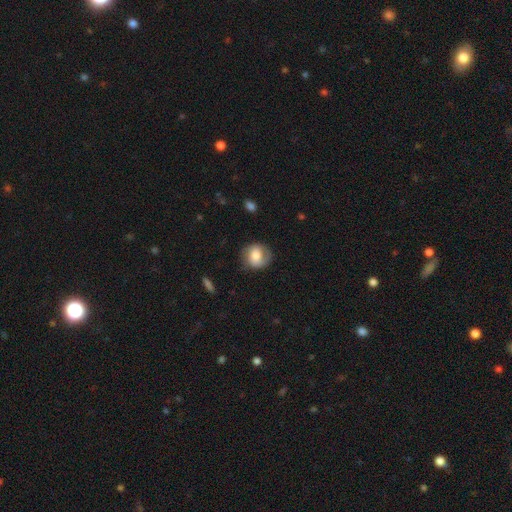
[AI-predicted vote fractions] Smooth or featured? smooth (58%)
How rounded? round (76%)
Merging? none (71%)